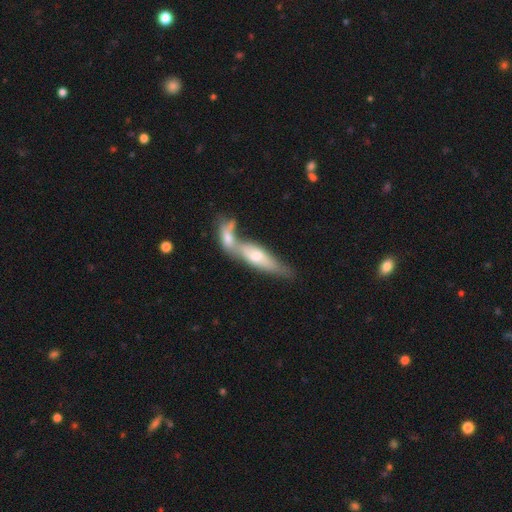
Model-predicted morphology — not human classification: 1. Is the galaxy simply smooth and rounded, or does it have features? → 48% featured or disk, 45% smooth, 7% star or artifact.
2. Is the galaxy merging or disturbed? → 58% merger, 26% none, 10% minor disturbance, 6% major disturbance.